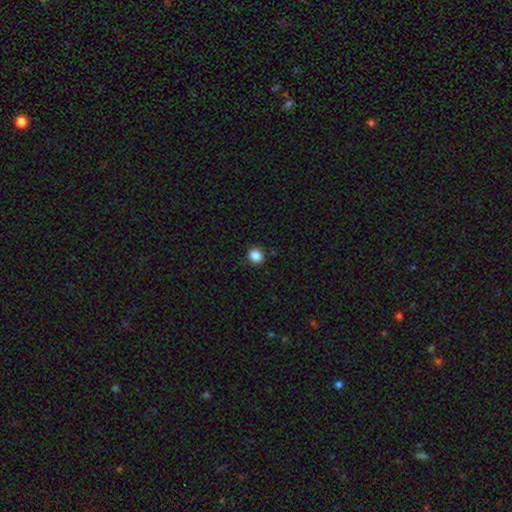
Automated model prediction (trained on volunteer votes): This is clearly a smooth galaxy (86%). How rounded: likely round (79%). Merging: clearly none (90%).